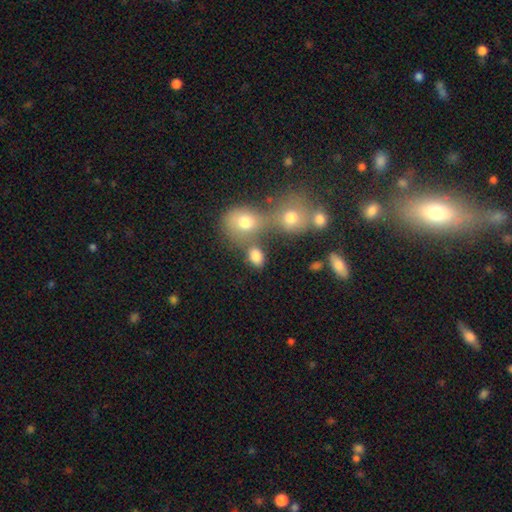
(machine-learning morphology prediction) A smooth galaxy with no disk features (80%) that is in between round and cigar-shaped (64%).

Vote fractions:
- Smooth or featured? smooth: 80% / star or artifact: 11% / featured or disk: 8%
- How rounded? in between: 64% / round: 34% / cigar-shaped: 2%
- Merging? none: 48% / merger: 35% / minor disturbance: 11% / major disturbance: 6%